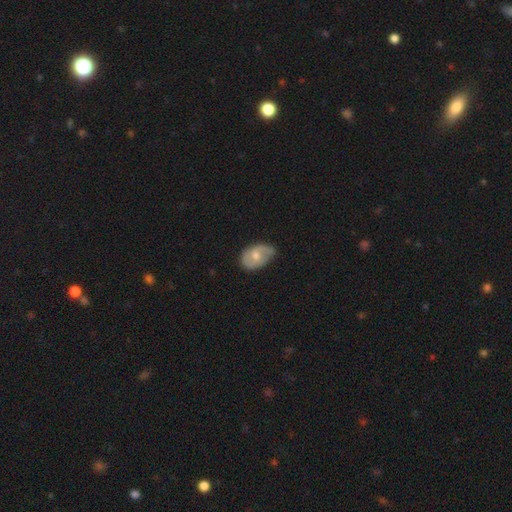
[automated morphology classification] Smooth or featured: smooth — 49% (featured or disk — 45%)
Merging: none — 53% (minor disturbance — 37%)